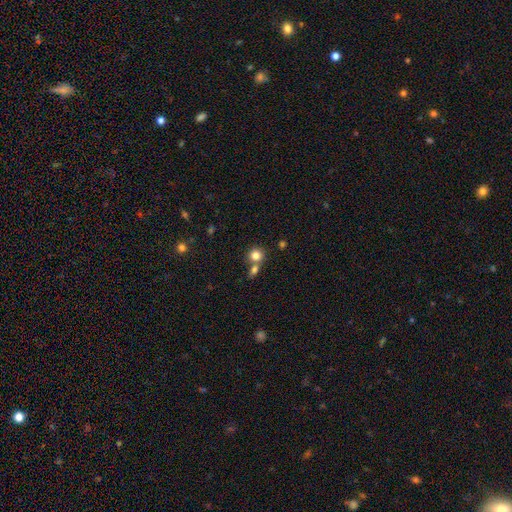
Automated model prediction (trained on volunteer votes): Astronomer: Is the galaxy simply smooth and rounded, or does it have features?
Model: smooth — 81%.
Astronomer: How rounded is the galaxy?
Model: round — 85%.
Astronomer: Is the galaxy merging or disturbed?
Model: none — 54% (runner-up: merger, 34%).